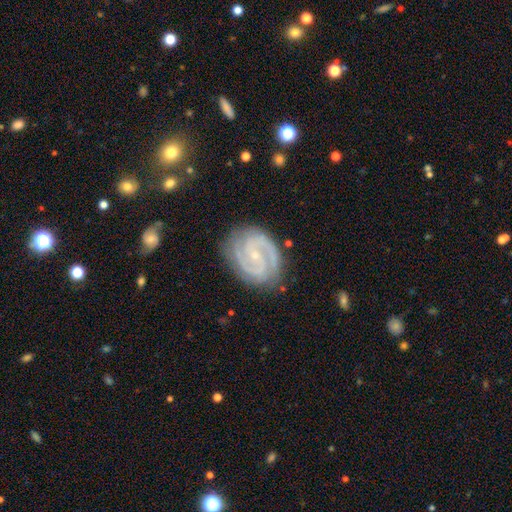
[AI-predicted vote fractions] Smooth or featured? featured or disk (90%)
Edge-on disk? no (98%)
Bar? no (52%)
Spiral arms? yes (98%)
Spiral winding? tight (54%)
Spiral arm count? 2 (79%)
Bulge size? small (81%)
Merging? none (80%)